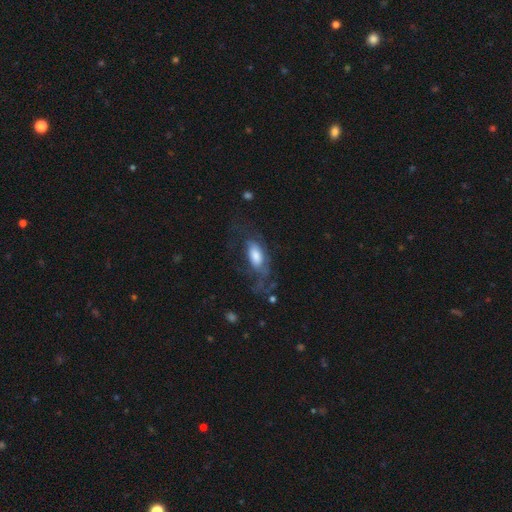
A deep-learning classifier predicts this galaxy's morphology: Q: Smooth or featured?
A: featured or disk (47%); runner-up: smooth (45%)
Q: Merging?
A: none (40%); runner-up: major disturbance (36%)